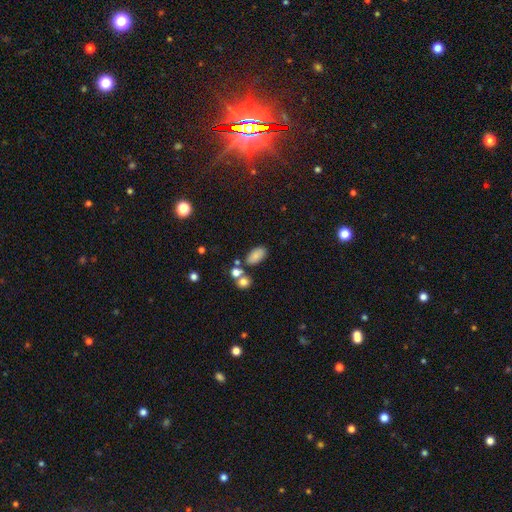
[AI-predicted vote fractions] smooth-or-featured: smooth: 80% | star or artifact: 10% | featured or disk: 10%
  how-rounded: in between: 92% | round: 6% | cigar-shaped: 3%
  merging: none: 69% | minor disturbance: 14% | merger: 13% | major disturbance: 4%